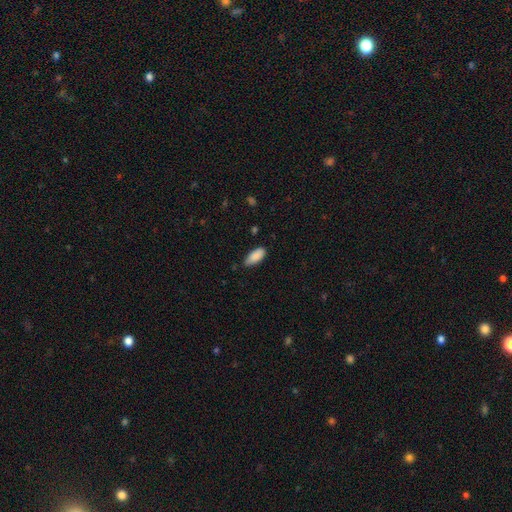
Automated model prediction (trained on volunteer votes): Smooth or featured? Predicted: smooth (p=0.89). How rounded? Predicted: in between (p=0.88). Merging? Predicted: none (p=0.74).